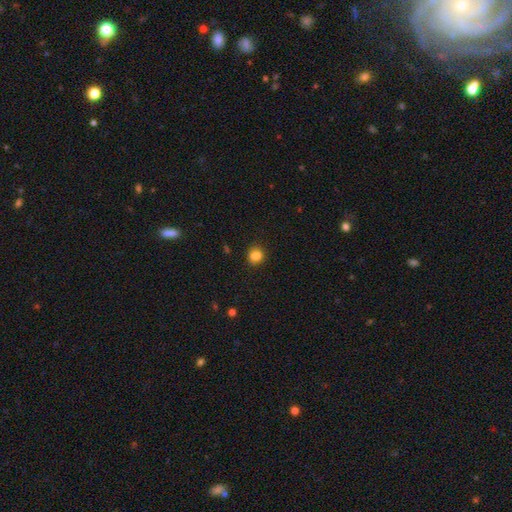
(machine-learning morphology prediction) smooth 84%, star or artifact 12%, featured or disk 5%. Down the decision tree: how rounded — round (77%); merging — none (84%).